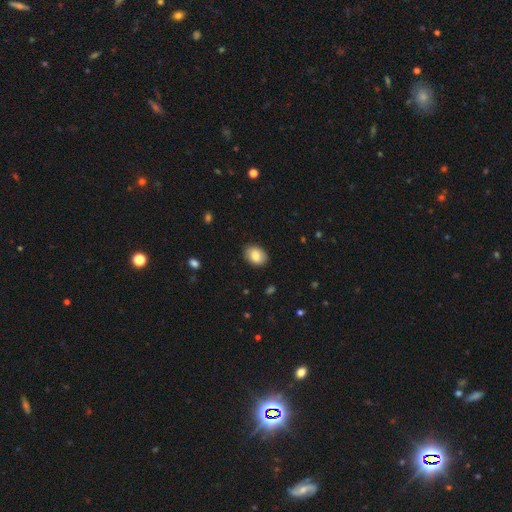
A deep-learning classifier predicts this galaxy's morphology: Q: Smooth or featured?
A: smooth (85%); runner-up: featured or disk (7%)
Q: How rounded?
A: in between (77%); runner-up: round (22%)
Q: Merging?
A: none (87%); runner-up: minor disturbance (10%)